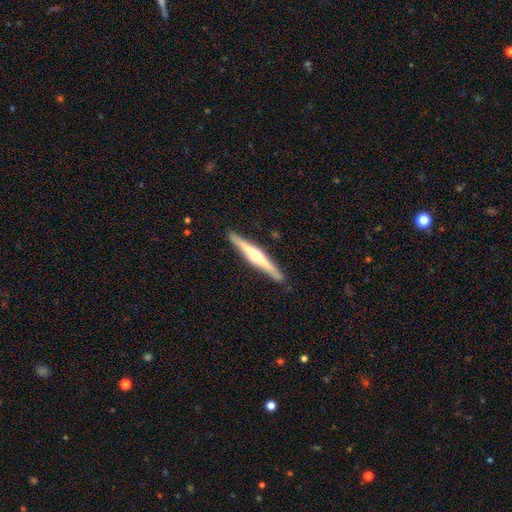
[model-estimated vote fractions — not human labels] featured or disk 72%, smooth 23%, star or artifact 5%. Down the decision tree: edge-on disk — yes (98%); edge-on bulge — rounded (89%); merging — none (91%).